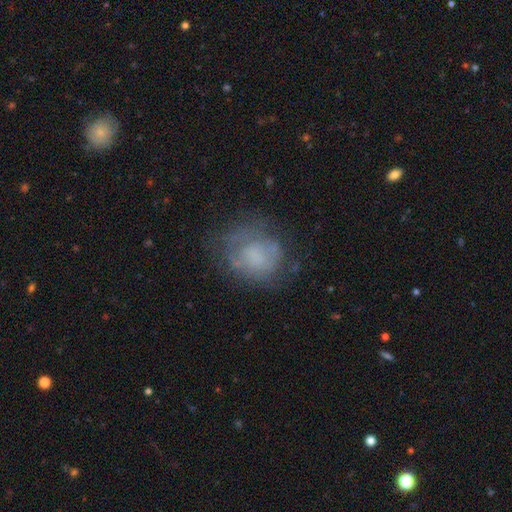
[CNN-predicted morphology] Smooth or featured: smooth — 49% (featured or disk — 39%)
Merging: none — 59% (minor disturbance — 22%)